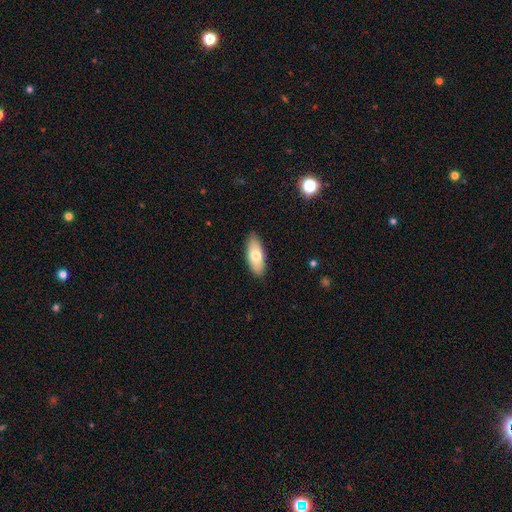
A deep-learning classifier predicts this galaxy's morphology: smooth 74%, featured or disk 20%, star or artifact 6%. Down the decision tree: how rounded — in between (82%); merging — none (87%).